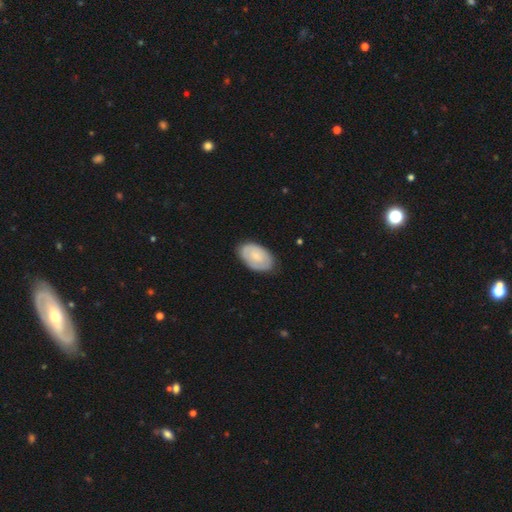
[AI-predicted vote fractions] A smooth galaxy with no disk features (58%) that is in between round and cigar-shaped (92%).

Vote fractions:
- Smooth or featured? smooth: 58% / featured or disk: 37% / star or artifact: 6%
- How rounded? in between: 92% / round: 6% / cigar-shaped: 1%
- Merging? none: 80% / minor disturbance: 15% / major disturbance: 3% / merger: 1%